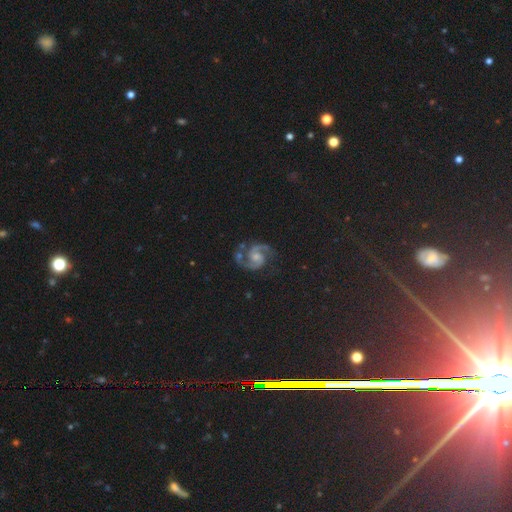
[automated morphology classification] smooth-or-featured: featured or disk: 75% | star or artifact: 16% | smooth: 8%
  disk-edge-on: no: 98% | yes: 2%
    bar: no: 56% | weak: 34% | strong: 10%
    has-spiral-arms: yes: 97% | no: 3%
      spiral-winding: medium: 60% | tight: 23% | loose: 17%
      spiral-arm-count: 2: 94% | can't tell: 1% | 1: 1% | 3: 1% | 4: 1% | more than 4: 1%
    bulge-size: moderate: 47% | small: 38% | none: 7% | large: 6% | dominant: 3%
  merging: none: 78% | minor disturbance: 13% | major disturbance: 5% | merger: 3%